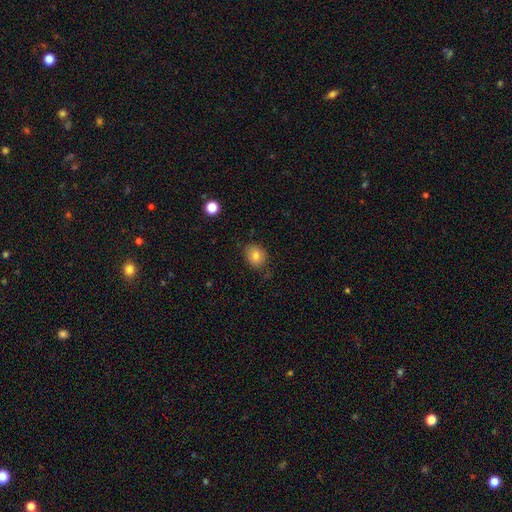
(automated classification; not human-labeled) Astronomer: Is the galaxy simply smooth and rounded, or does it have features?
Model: smooth — 79%.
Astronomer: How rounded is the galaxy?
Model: round — 62% (runner-up: in between, 37%).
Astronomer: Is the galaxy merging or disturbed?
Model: none — 78%.